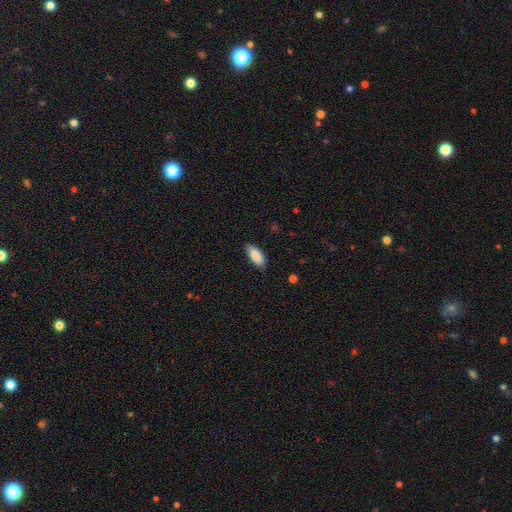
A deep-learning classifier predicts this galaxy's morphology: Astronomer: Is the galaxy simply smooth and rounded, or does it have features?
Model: smooth — 87%.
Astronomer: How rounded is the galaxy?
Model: in between — 84%.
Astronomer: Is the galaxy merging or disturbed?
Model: none — 83%.